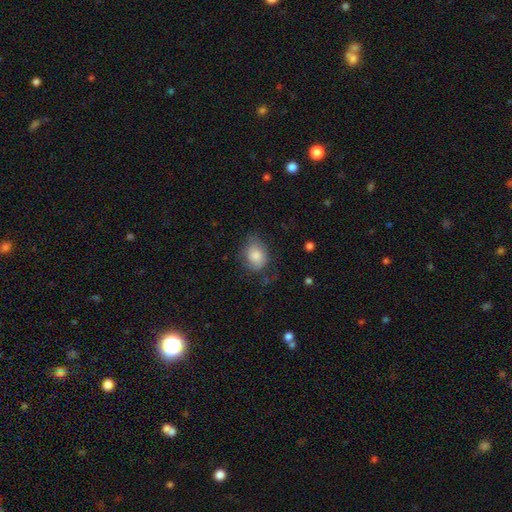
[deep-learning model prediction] smooth_or_featured: smooth (p=0.80) [alt: featured or disk p=0.13]
how_rounded: in between (p=0.59) [alt: round p=0.40]
merging: none (p=0.56) [alt: minor disturbance p=0.29]